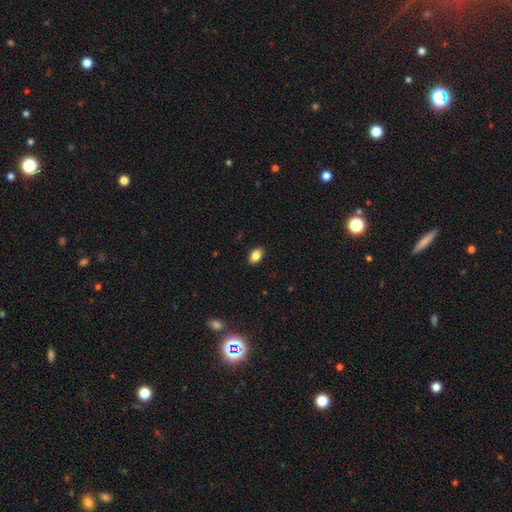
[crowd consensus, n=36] smooth-or-featured: smooth: 92% | star or artifact: 6% | featured or disk: 3%
  how-rounded: in between: 67% | round: 30% | cigar-shaped: 3%
  merging: none: 85% | minor disturbance: 9% | major disturbance: 3% | merger: 3%